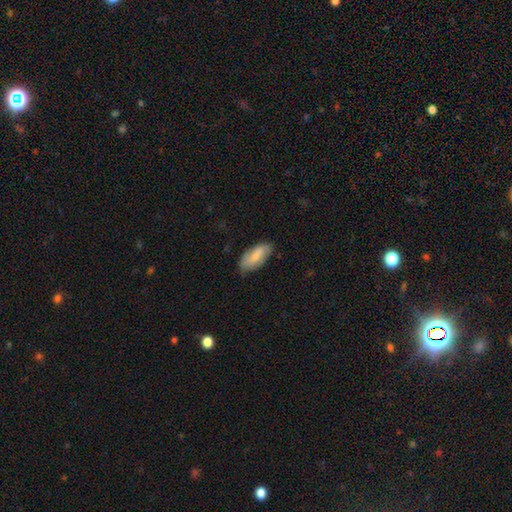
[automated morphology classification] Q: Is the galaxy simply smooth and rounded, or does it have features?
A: smooth — 66%.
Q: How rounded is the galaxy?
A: in between — 88%.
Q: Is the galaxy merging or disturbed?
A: none — 74%.